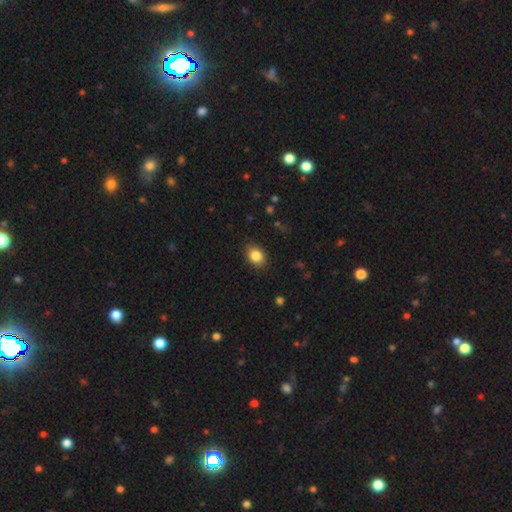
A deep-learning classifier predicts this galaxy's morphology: smooth 86%, star or artifact 9%, featured or disk 5%. Down the decision tree: how rounded — in between (65%); merging — none (85%).